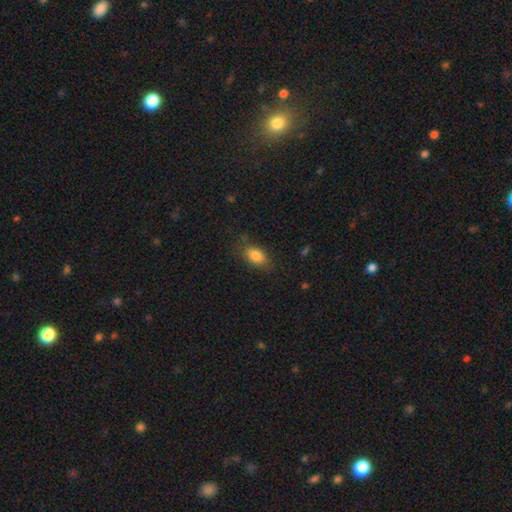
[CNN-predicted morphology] A smooth galaxy with no disk features (84%) that is in between round and cigar-shaped (88%). Merging: none (77%).